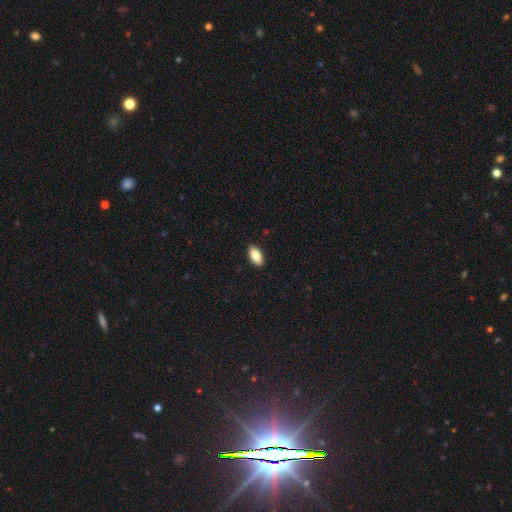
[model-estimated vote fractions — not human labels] Overall: smooth (86%). How rounded: in between (91%). Merging: none (90%).